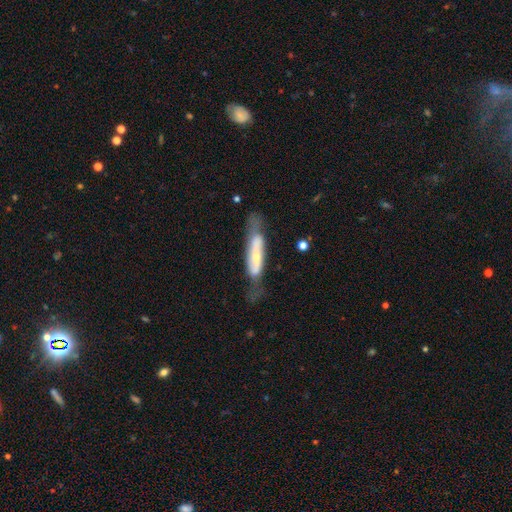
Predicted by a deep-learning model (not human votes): smooth-or-featured: featured or disk: 60% | smooth: 33% | star or artifact: 6%
  disk-edge-on: no: 59% | yes: 41%
  merging: none: 51% | minor disturbance: 26% | major disturbance: 20% | merger: 4%